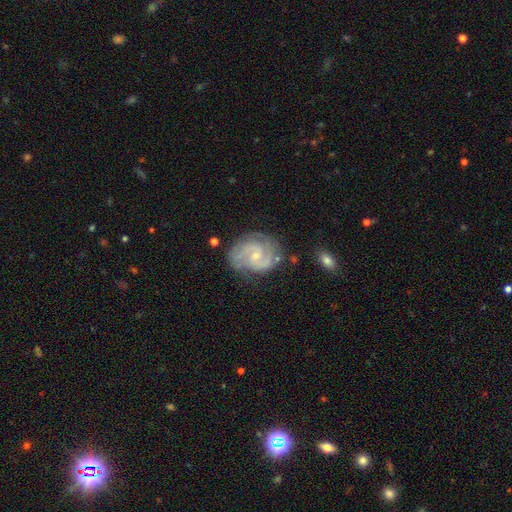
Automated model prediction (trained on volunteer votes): A featured or disk galaxy (87%) with no bar (52%), 2 (70%) medium (47%) spiral arms (97%) and a small central bulge (70%). Merging: none (70%).